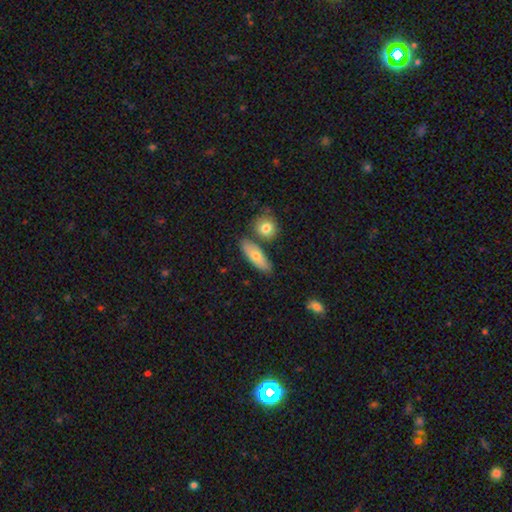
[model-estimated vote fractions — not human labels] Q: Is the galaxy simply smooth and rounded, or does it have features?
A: smooth — 69%.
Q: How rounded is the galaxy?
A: in between — 57%.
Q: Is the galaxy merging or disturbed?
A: none — 72%.